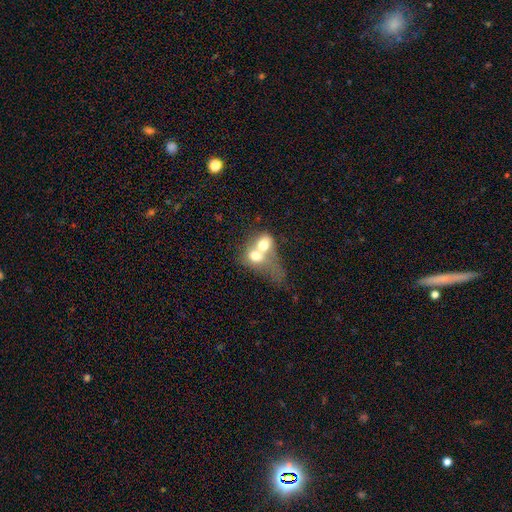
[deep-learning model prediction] A smooth galaxy with no disk features (63%) that is in between round and cigar-shaped (54%). Merging: merger (79%).